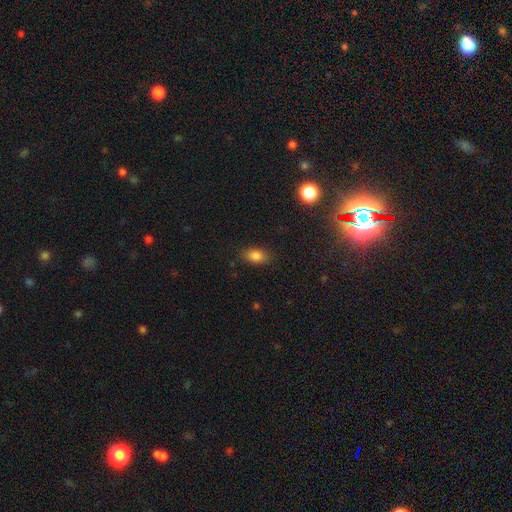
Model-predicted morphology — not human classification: smooth 84%, star or artifact 10%, featured or disk 6%. Down the decision tree: how rounded — in between (88%); merging — none (84%).